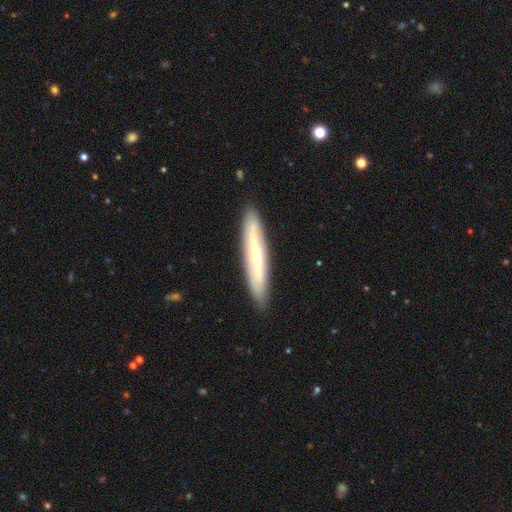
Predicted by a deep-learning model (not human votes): Smooth or featured? Predicted: featured or disk (p=0.60). Edge-on disk? Predicted: yes (p=0.73). Merging? Predicted: none (p=0.89).